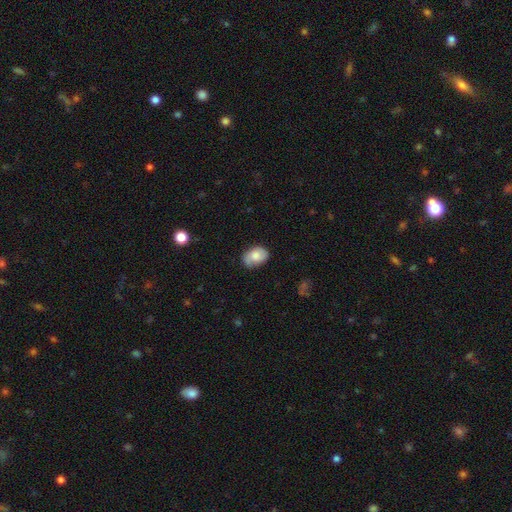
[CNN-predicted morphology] Smooth or featured?
  - smooth: 75% *
  - featured or disk: 18%
  - star or artifact: 7%
How rounded?
  - in between: 79% *
  - round: 20%
  - cigar-shaped: 1%
Merging?
  - none: 66% *
  - minor disturbance: 26%
  - major disturbance: 6%
  - merger: 2%